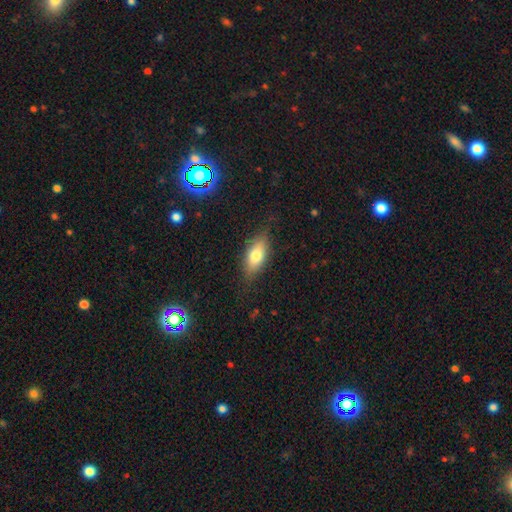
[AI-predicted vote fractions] Smooth or featured?
  - smooth: 69% *
  - featured or disk: 23%
  - star or artifact: 7%
How rounded?
  - in between: 79% *
  - cigar-shaped: 17%
  - round: 4%
Merging?
  - none: 79% *
  - minor disturbance: 16%
  - major disturbance: 4%
  - merger: 1%